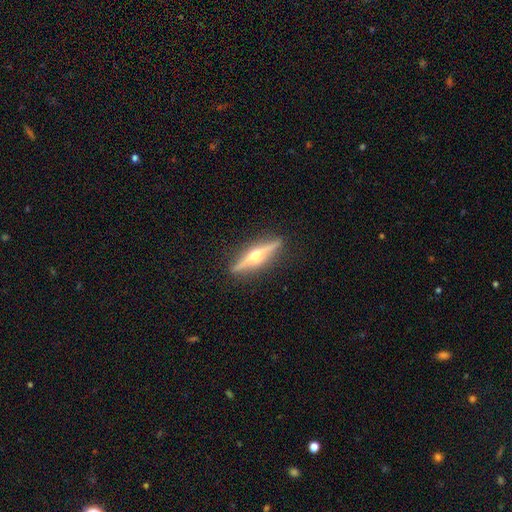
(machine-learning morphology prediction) Q: Smooth or featured?
A: featured or disk (80%); runner-up: smooth (15%)
Q: Edge-on disk?
A: yes (97%); runner-up: no (3%)
Q: Edge-on bulge?
A: rounded (96%); runner-up: boxy (2%)
Q: Merging?
A: none (90%); runner-up: minor disturbance (7%)